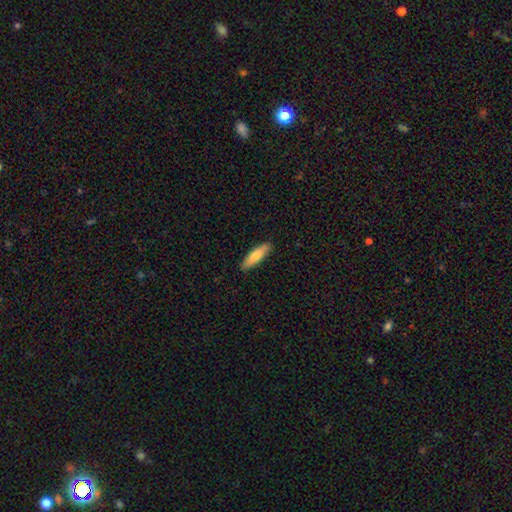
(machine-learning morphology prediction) Smooth or featured? Predicted: smooth (p=0.73). How rounded? Predicted: cigar-shaped (p=0.62). Merging? Predicted: none (p=0.89).